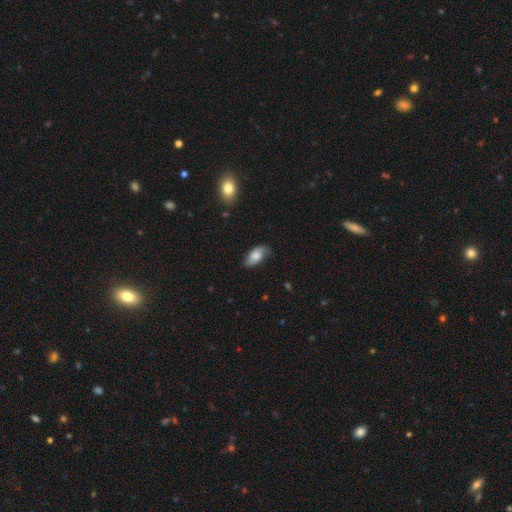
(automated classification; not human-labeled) smooth_or_featured: smooth (p=0.63) [alt: featured or disk p=0.30]
how_rounded: in between (p=0.92) [alt: cigar-shaped p=0.04]
merging: none (p=0.66) [alt: minor disturbance p=0.26]